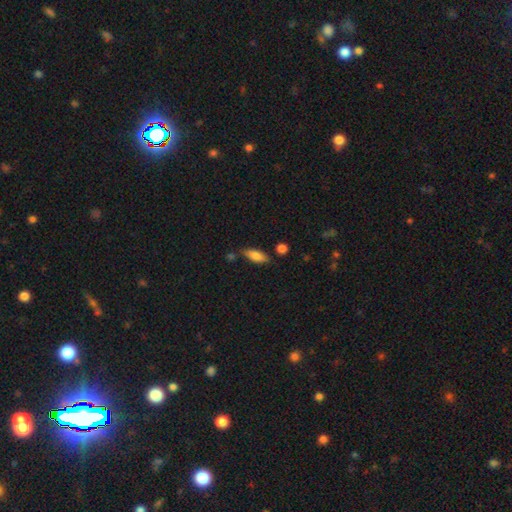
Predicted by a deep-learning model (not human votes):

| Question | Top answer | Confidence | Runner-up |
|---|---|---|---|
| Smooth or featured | smooth | 79% | featured or disk (14%) |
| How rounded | in between | 73% | cigar-shaped (25%) |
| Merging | none | 70% | minor disturbance (18%) |